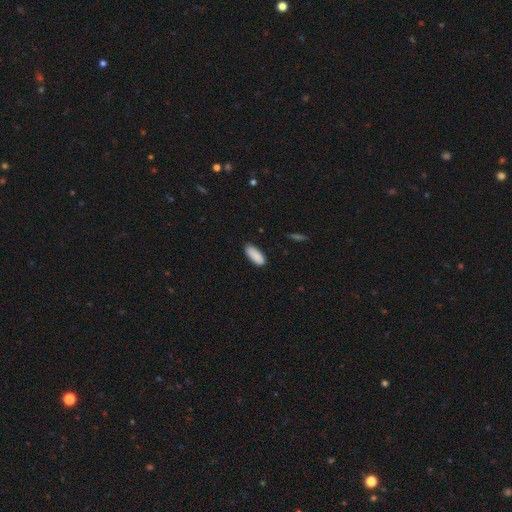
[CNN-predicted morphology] smooth-or-featured: smooth: 90% | star or artifact: 6% | featured or disk: 4%
  how-rounded: in between: 81% | cigar-shaped: 17% | round: 2%
  merging: none: 84% | minor disturbance: 13% | major disturbance: 2% | merger: 1%